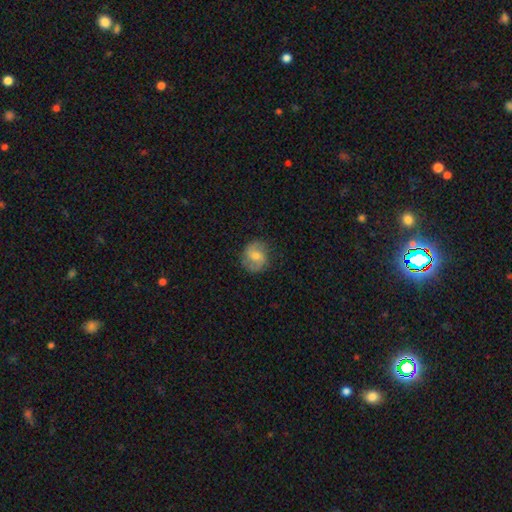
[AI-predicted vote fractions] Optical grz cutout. It shows a featured or disk galaxy (47%). Merging: none (78%).